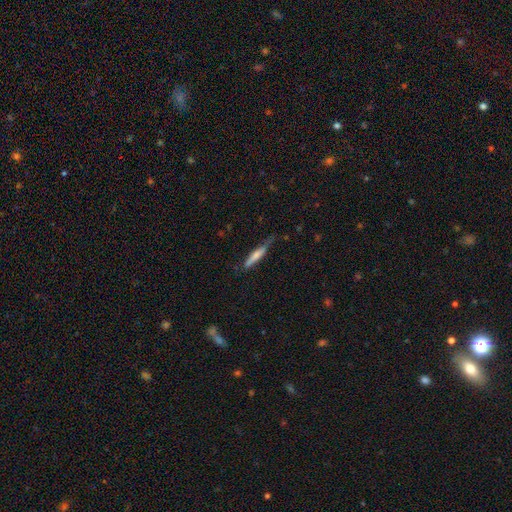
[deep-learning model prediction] Smooth or featured? Predicted: smooth (p=0.62). How rounded? Predicted: cigar-shaped (p=0.90). Merging? Predicted: none (p=0.62).